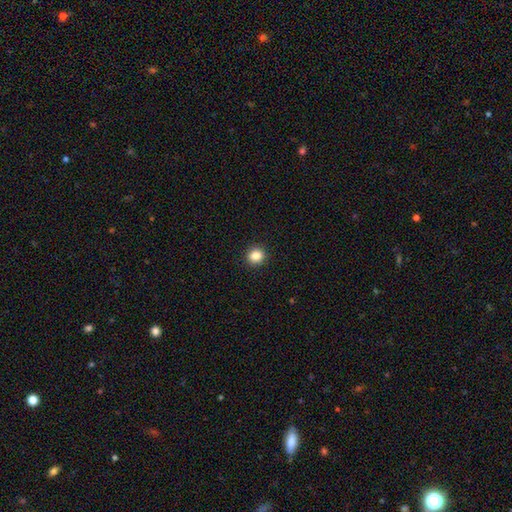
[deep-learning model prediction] Overall: smooth (86%). How rounded: round (85%). Merging: none (92%).